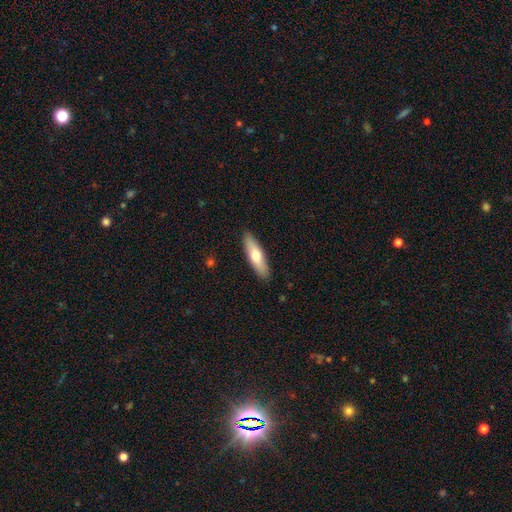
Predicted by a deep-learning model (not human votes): smooth_or_featured: smooth (p=0.64) [alt: featured or disk p=0.30]
how_rounded: cigar-shaped (p=0.65) [alt: in between p=0.34]
merging: none (p=0.89) [alt: minor disturbance p=0.08]